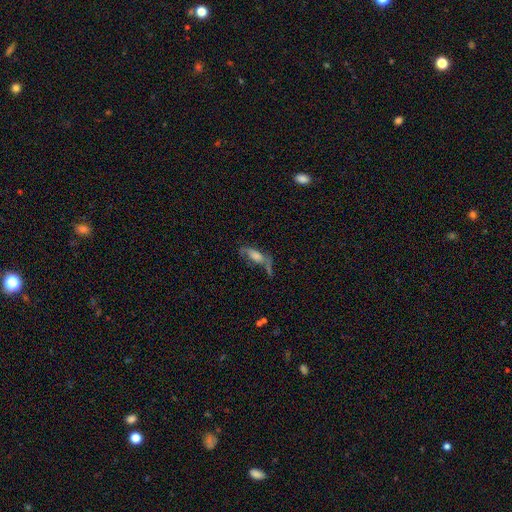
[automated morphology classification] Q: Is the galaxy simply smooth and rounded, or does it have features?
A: featured or disk — 51%.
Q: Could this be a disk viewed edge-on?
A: no — 65%.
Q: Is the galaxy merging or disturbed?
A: none — 38%.